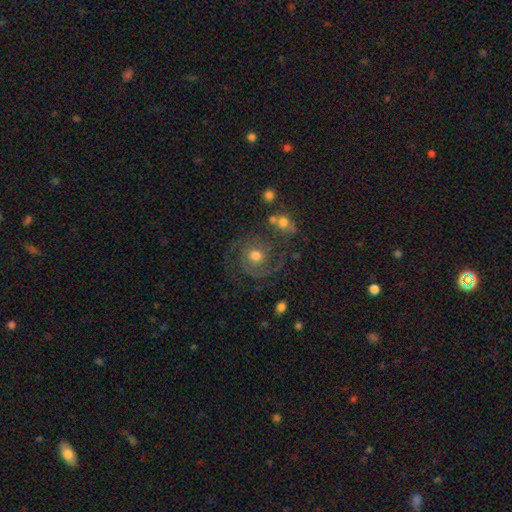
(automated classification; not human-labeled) smooth_or_featured: featured or disk (p=0.75) [alt: smooth p=0.16]
disk_edge_on: no (p=0.98) [alt: yes p=0.02]
bar: no (p=0.78) [alt: weak p=0.19]
has_spiral_arms: yes (p=0.93) [alt: no p=0.07]
spiral_winding: tight (p=0.44) [alt: medium p=0.42]
spiral_arm_count: 2 (p=0.66) [alt: can't tell p=0.12]
bulge_size: moderate (p=0.71) [alt: small p=0.14]
merging: none (p=0.69) [alt: minor disturbance p=0.15]